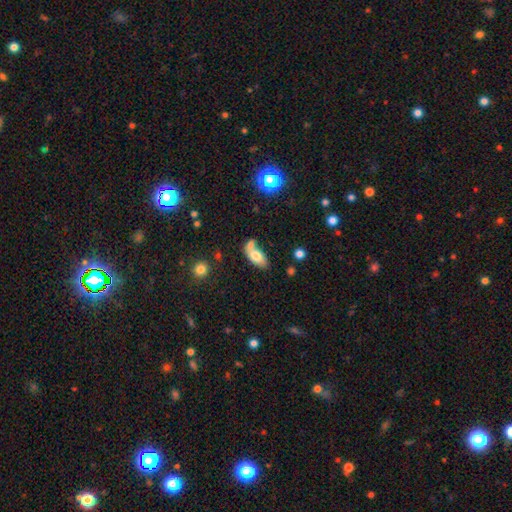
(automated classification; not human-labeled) Smooth or featured: smooth — 72% (featured or disk — 20%)
How rounded: in between — 88% (cigar-shaped — 7%)
Merging: none — 41% (merger — 36%)